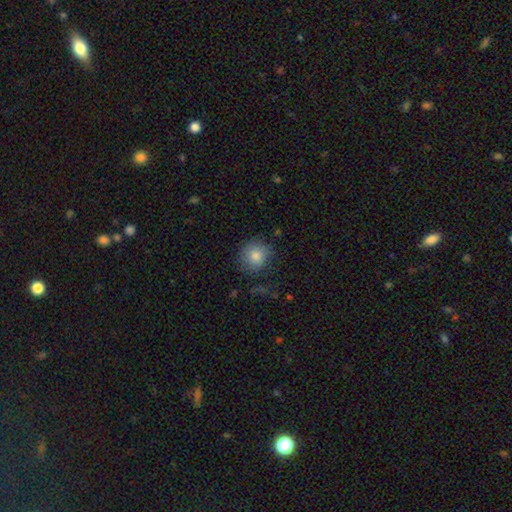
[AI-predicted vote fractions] smooth 83%, star or artifact 10%, featured or disk 8%. Down the decision tree: how rounded — round (89%); merging — none (79%).